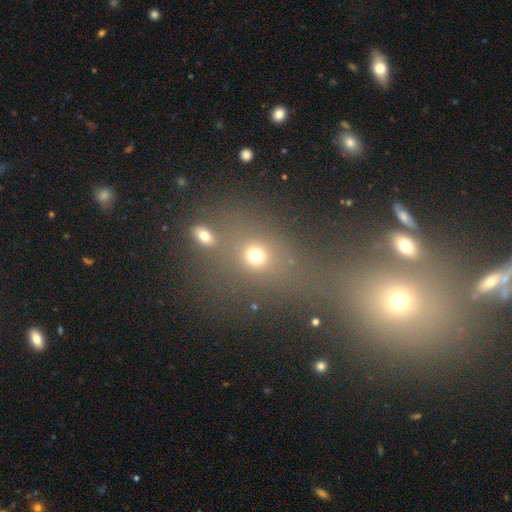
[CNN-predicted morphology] smooth_or_featured: smooth (p=0.68) [alt: star or artifact p=0.21]
how_rounded: round (p=0.56) [alt: in between p=0.41]
merging: none (p=0.57) [alt: merger p=0.24]